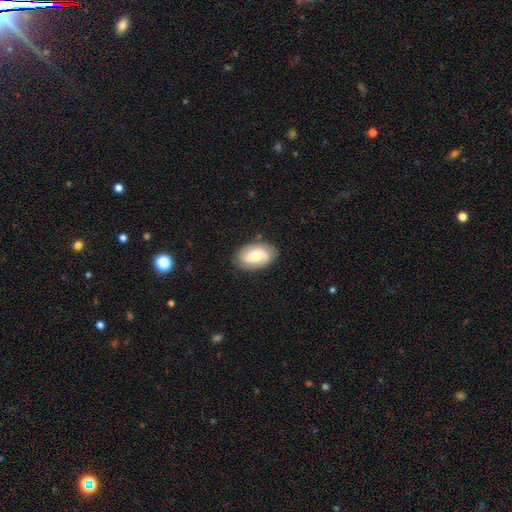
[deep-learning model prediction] Smooth or featured? Predicted: featured or disk (p=0.57). Edge-on disk? Predicted: no (p=0.96). Bar? Predicted: no (p=0.54). Spiral arms? Predicted: yes (p=0.89). Bulge size? Predicted: moderate (p=0.59). Merging? Predicted: none (p=0.80).